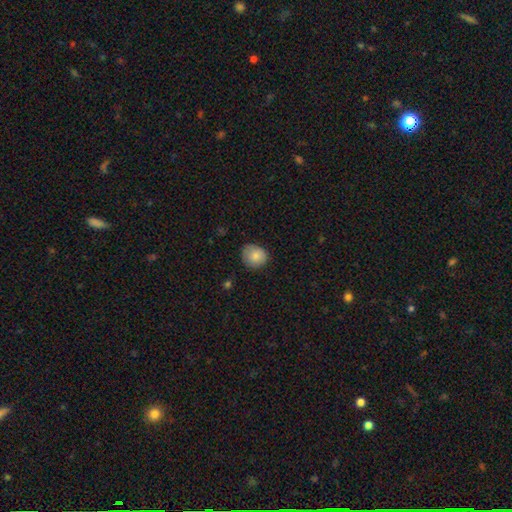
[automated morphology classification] smooth 83%, featured or disk 9%, star or artifact 8%. Down the decision tree: how rounded — round (76%); merging — none (74%).